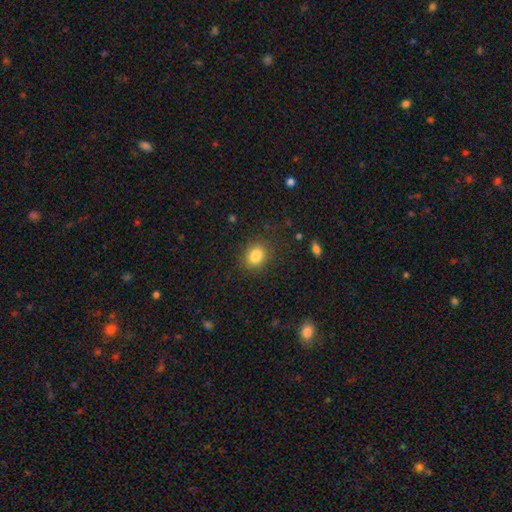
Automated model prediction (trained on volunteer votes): Morphology: type=smooth (85%); roundness=round (54%); merging=none (84%).